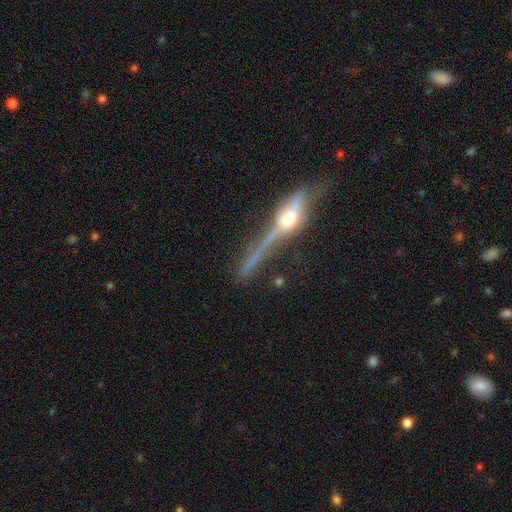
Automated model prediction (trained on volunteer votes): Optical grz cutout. It shows a featured or disk galaxy (71%) viewed edge-on (87%) with a rounded central bulge (85%). Merging: none (46%).